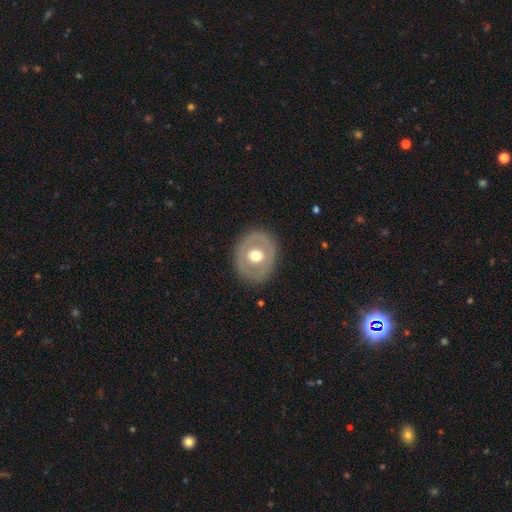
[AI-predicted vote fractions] featured or disk 50%, smooth 45%, star or artifact 5%. Down the decision tree: merging — none (84%).